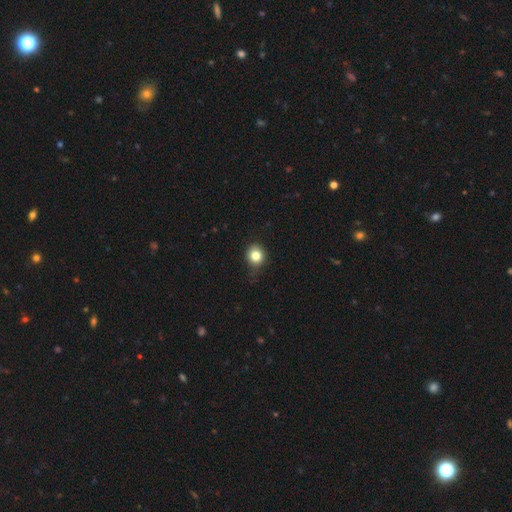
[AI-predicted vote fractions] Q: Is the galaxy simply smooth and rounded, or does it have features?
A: smooth — 81%.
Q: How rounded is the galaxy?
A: round — 82%.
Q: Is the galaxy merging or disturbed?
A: none — 76%.